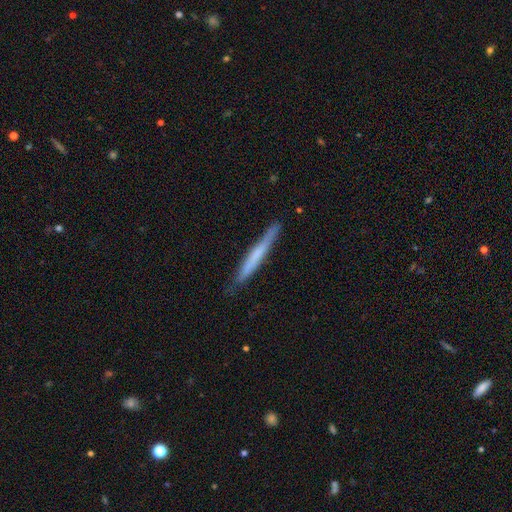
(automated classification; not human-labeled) This is possibly a smooth galaxy (53%). How rounded: clearly cigar-shaped (97%). Merging: clearly none (86%).